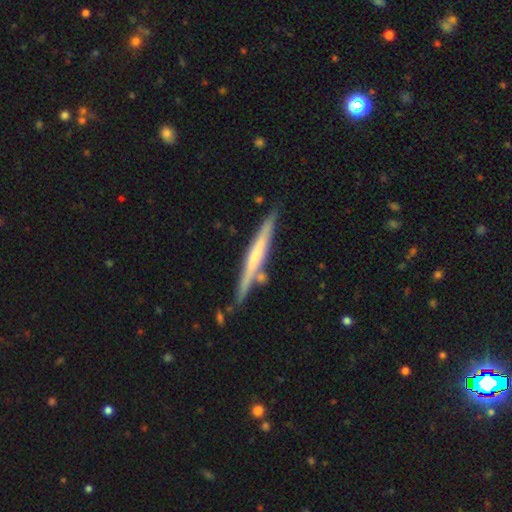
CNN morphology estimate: featured or disk 58%, smooth 36%, star or artifact 5%. Down the decision tree: edge-on disk — yes (97%); edge-on bulge — none (60%); merging — none (78%).